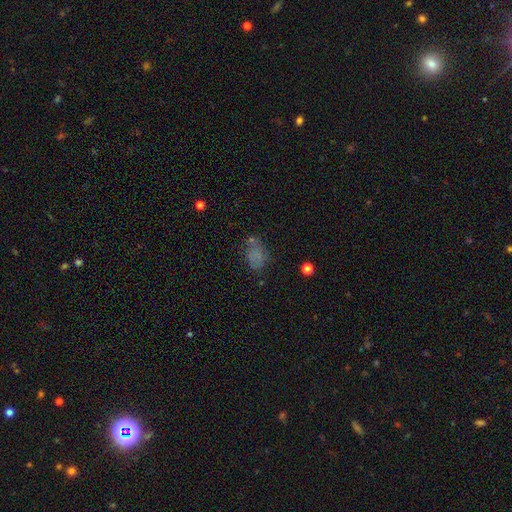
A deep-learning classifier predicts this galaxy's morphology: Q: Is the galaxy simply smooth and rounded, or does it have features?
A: smooth — 69%.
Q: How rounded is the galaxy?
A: in between — 80%.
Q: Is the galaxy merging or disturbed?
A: none — 56%.